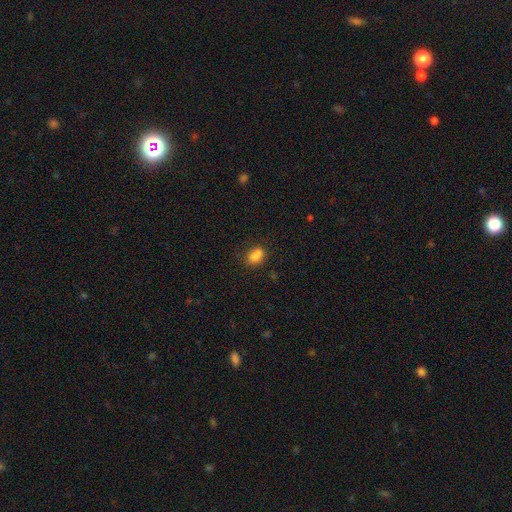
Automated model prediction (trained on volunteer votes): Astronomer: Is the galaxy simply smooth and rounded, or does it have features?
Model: smooth — 80%.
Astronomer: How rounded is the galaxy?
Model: in between — 69%.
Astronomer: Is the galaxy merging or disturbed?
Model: none — 55%.